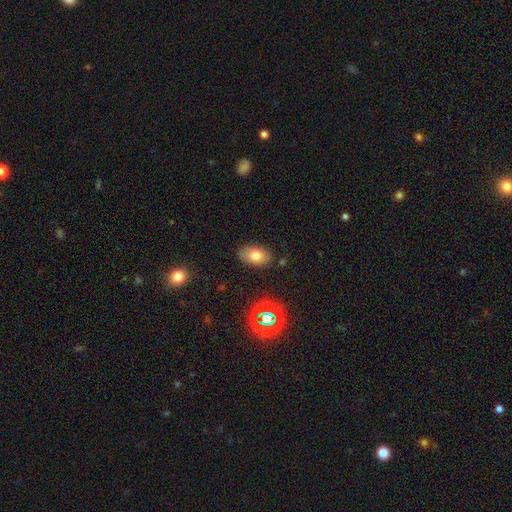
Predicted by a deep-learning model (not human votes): A smooth galaxy with no disk features (73%) that is in between round and cigar-shaped (89%).

Vote fractions:
- Smooth or featured? smooth: 73% / featured or disk: 14% / star or artifact: 13%
- How rounded? in between: 89% / round: 9% / cigar-shaped: 2%
- Merging? none: 83% / minor disturbance: 12% / major disturbance: 3% / merger: 2%